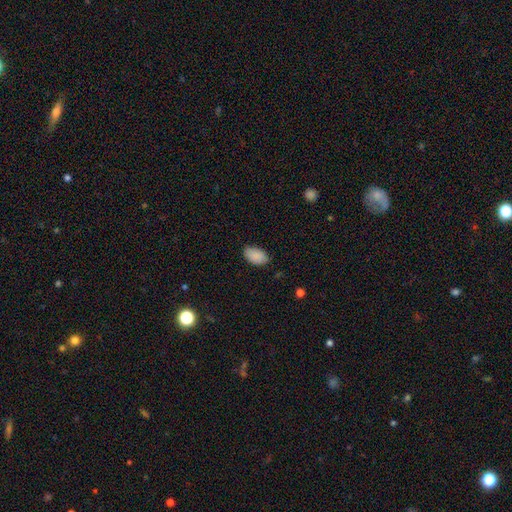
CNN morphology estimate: Overall: smooth (89%). How rounded: in between (93%). Merging: none (78%).